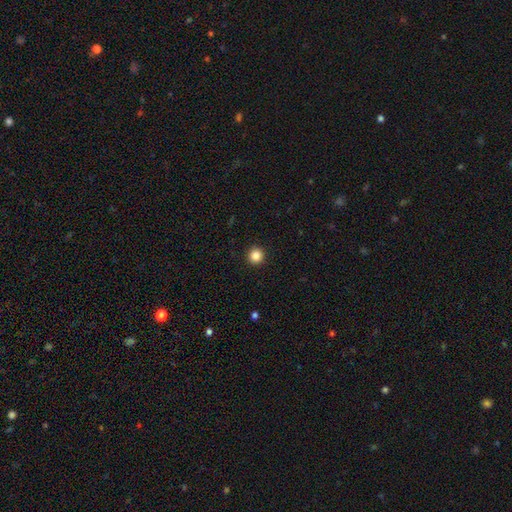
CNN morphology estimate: The model was most divided on "smooth or featured": smooth: 86%, star or artifact: 11%, featured or disk: 3%. More confident: how rounded — round (95%); merging — none (93%).